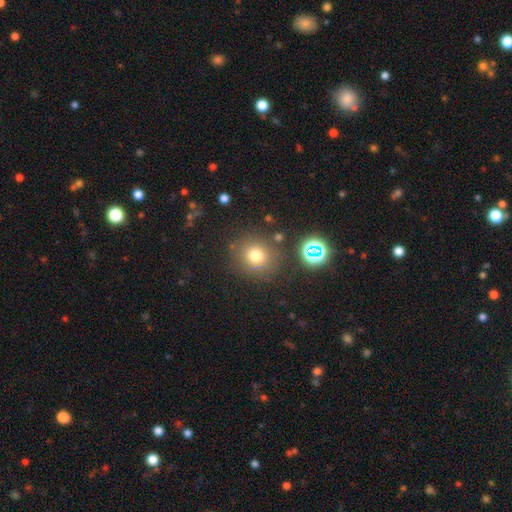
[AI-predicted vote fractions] Q: Smooth or featured?
A: smooth (74%); runner-up: star or artifact (17%)
Q: How rounded?
A: round (87%); runner-up: in between (12%)
Q: Merging?
A: none (81%); runner-up: minor disturbance (10%)